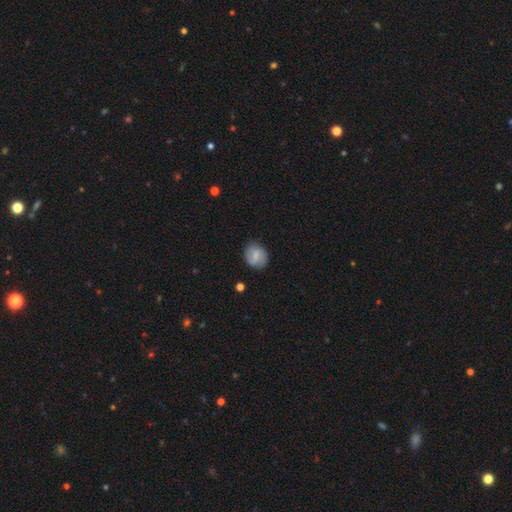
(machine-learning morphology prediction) This is likely a smooth galaxy (62%). How rounded: likely round (62%). Merging: clearly none (83%).